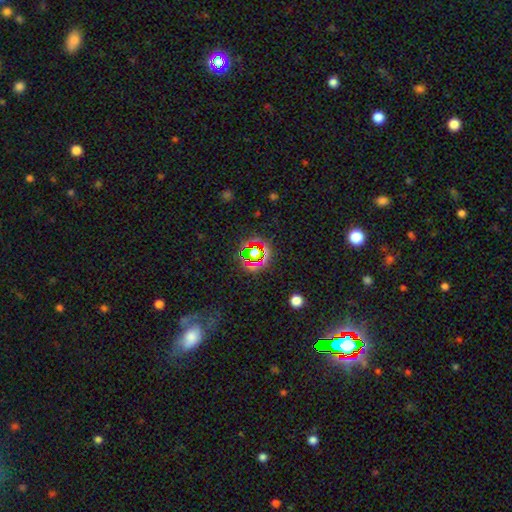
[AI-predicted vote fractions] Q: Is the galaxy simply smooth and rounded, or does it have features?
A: star or artifact — 67%.